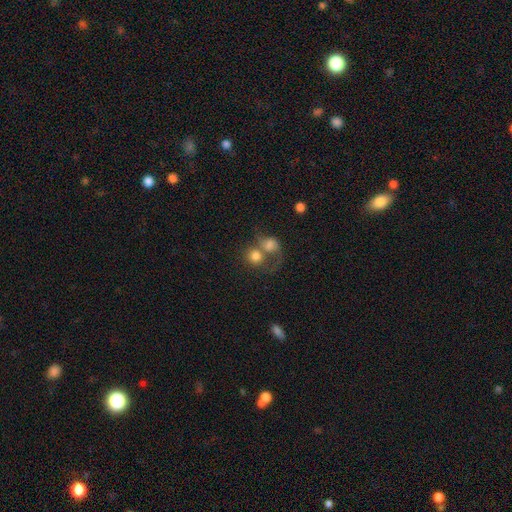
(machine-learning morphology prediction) Overall: smooth (72%). How rounded: round (78%). Merging: merger (61%; none 22%).